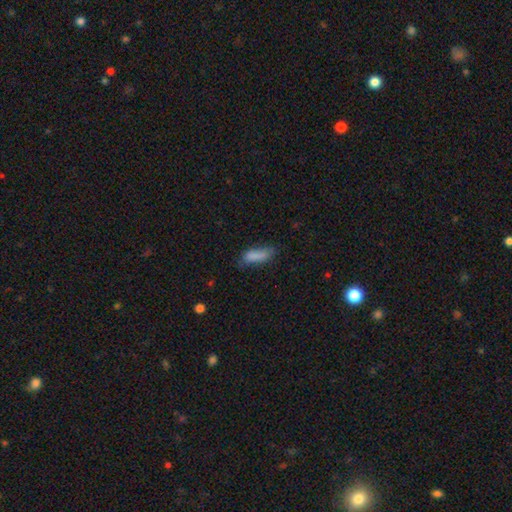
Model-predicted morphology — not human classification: Q: Smooth or featured?
A: smooth (81%); runner-up: featured or disk (10%)
Q: How rounded?
A: in between (63%); runner-up: cigar-shaped (34%)
Q: Merging?
A: none (52%); runner-up: minor disturbance (32%)